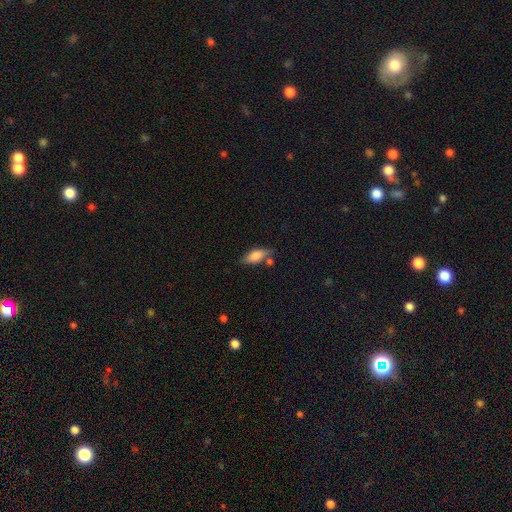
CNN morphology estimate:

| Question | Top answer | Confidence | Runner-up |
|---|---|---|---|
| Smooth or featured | smooth | 74% | featured or disk (19%) |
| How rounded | in between | 77% | cigar-shaped (20%) |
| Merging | none | 62% | minor disturbance (21%) |